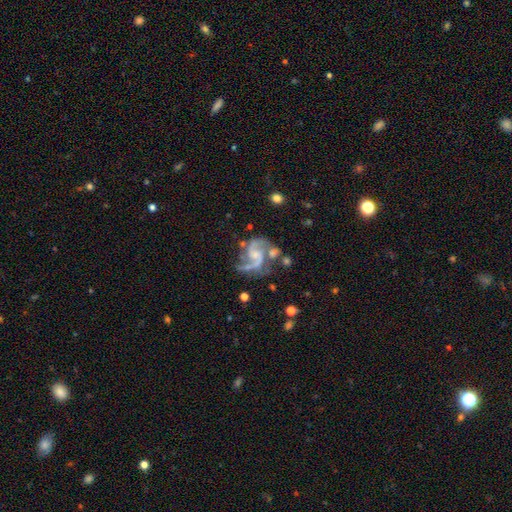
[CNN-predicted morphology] smooth-or-featured: featured or disk: 90% | star or artifact: 6% | smooth: 5%
  disk-edge-on: no: 98% | yes: 2%
    bar: no: 48% | weak: 41% | strong: 11%
    has-spiral-arms: yes: 97% | no: 3%
      spiral-winding: medium: 53% | loose: 37% | tight: 11%
      spiral-arm-count: 2: 88% | 3: 4% | can't tell: 3% | 1: 2% | 4: 1% | more than 4: 1%
    bulge-size: small: 55% | moderate: 23% | none: 19% | large: 2% | dominant: 1%
  merging: none: 49% | minor disturbance: 21% | major disturbance: 17% | merger: 14%